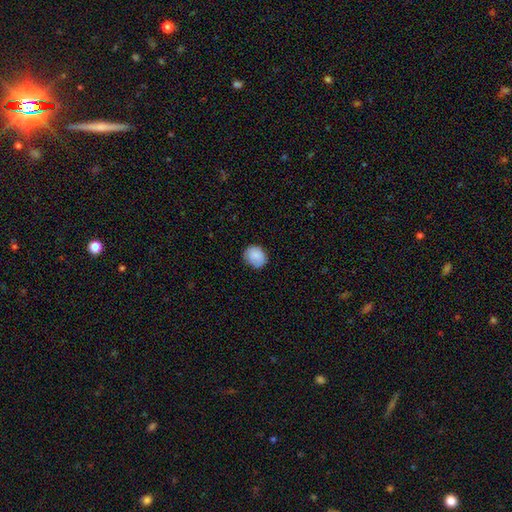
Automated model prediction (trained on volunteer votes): Smooth or featured?
  - smooth: 87% *
  - star or artifact: 7%
  - featured or disk: 6%
How rounded?
  - round: 70% *
  - in between: 29%
  - cigar-shaped: 1%
Merging?
  - none: 80% *
  - minor disturbance: 16%
  - major disturbance: 3%
  - merger: 1%